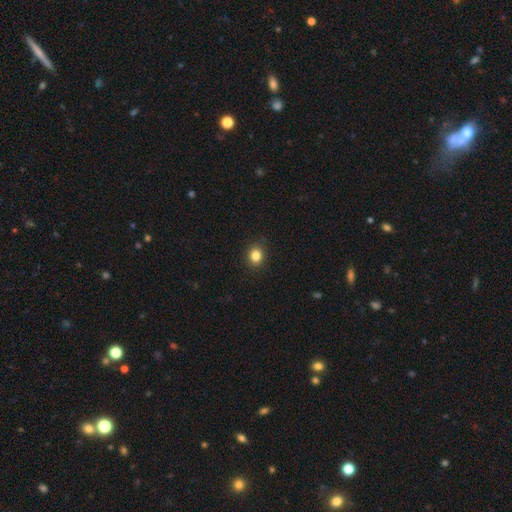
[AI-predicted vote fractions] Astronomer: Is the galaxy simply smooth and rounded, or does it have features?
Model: smooth — 84%.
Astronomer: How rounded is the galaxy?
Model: round — 72%.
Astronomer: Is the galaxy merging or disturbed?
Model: none — 90%.